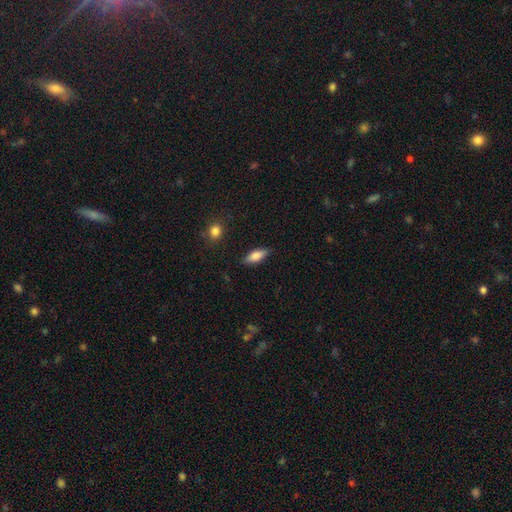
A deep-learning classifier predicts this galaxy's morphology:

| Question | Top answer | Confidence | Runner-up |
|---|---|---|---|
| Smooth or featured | smooth | 78% | featured or disk (15%) |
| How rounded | in between | 72% | cigar-shaped (25%) |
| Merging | none | 85% | minor disturbance (11%) |